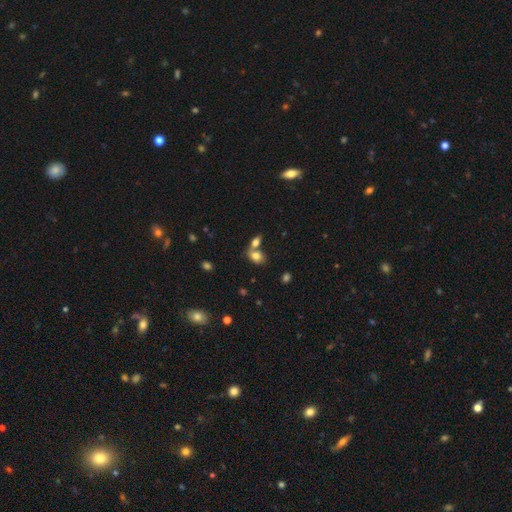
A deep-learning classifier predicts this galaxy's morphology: smooth-or-featured: smooth: 78% | featured or disk: 12% | star or artifact: 10%
  how-rounded: in between: 74% | round: 24% | cigar-shaped: 2%
  merging: merger: 48% | none: 38% | minor disturbance: 10% | major disturbance: 4%